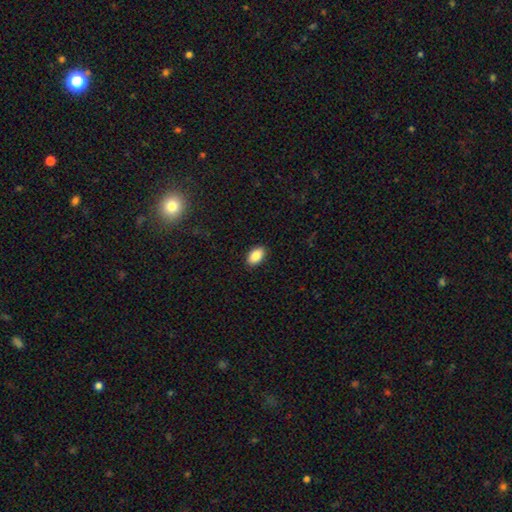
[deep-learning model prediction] This is clearly a smooth galaxy (89%). How rounded: clearly in between (92%). Merging: clearly none (89%).